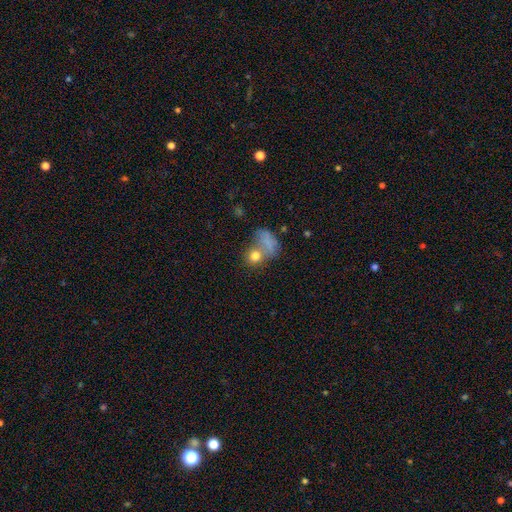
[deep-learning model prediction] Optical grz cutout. It shows a smooth galaxy with no disk features (76%) that is round (66%). Merging: none (41%).